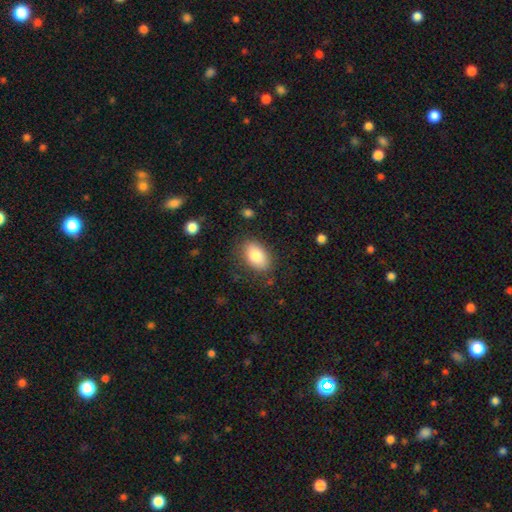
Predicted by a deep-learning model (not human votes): Smooth or featured? smooth (84%)
How rounded? in between (91%)
Merging? none (80%)